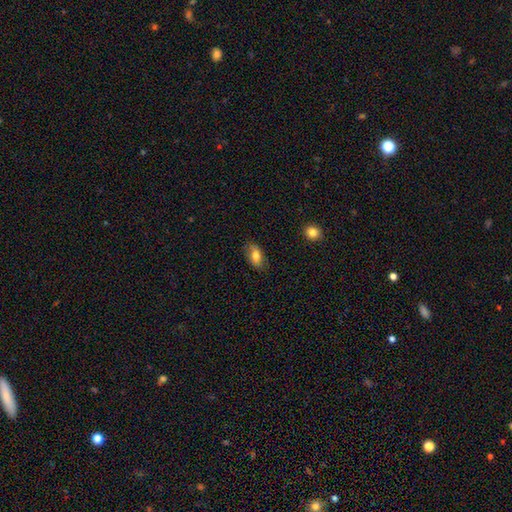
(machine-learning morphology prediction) Smooth or featured? Predicted: smooth (p=0.76). How rounded? Predicted: in between (p=0.89). Merging? Predicted: none (p=0.80).